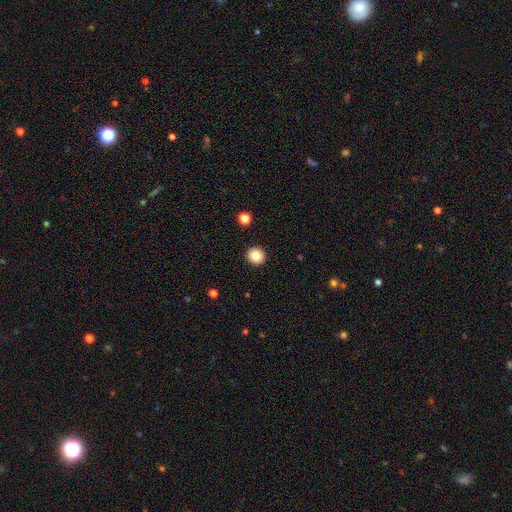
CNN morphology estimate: Q: Smooth or featured?
A: smooth (84%); runner-up: star or artifact (10%)
Q: How rounded?
A: round (95%); runner-up: in between (4%)
Q: Merging?
A: none (93%); runner-up: minor disturbance (4%)